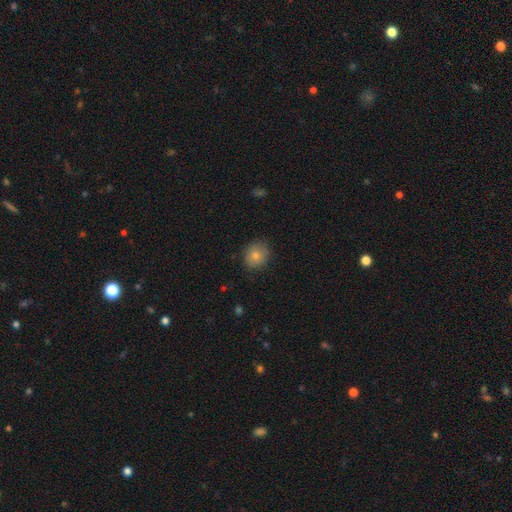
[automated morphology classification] This appears to be a smooth galaxy with no disk features (80%) that is round (78%). Merging: none (84%).